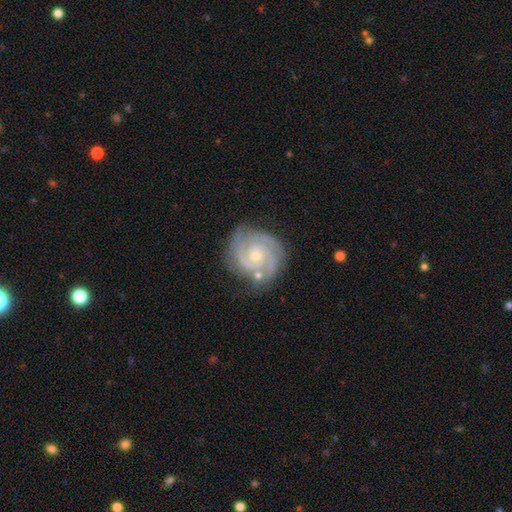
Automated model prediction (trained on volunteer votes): Smooth or featured? featured or disk (90%)
Edge-on disk? no (98%)
Bar? no (72%)
Spiral arms? yes (98%)
Spiral winding? tight (70%)
Spiral arm count? 2 (48%)
Bulge size? small (66%)
Merging? none (71%)